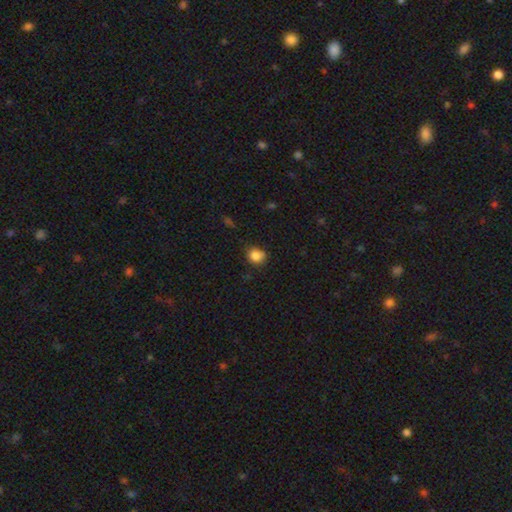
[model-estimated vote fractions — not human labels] This is clearly a smooth galaxy (85%). How rounded: likely round (71%). Merging: likely none (75%).